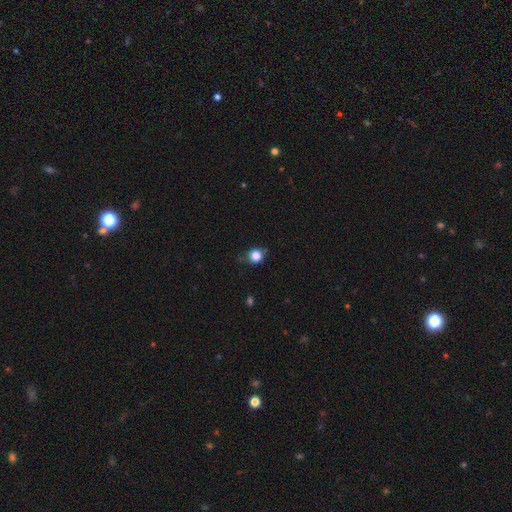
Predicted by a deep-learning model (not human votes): Overall: smooth (85%). How rounded: round (89%). Merging: none (78%).